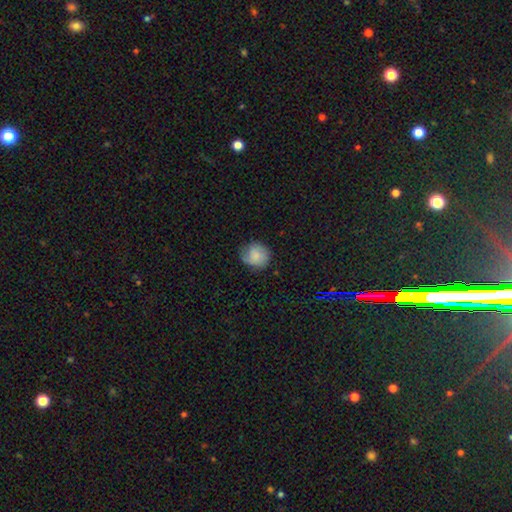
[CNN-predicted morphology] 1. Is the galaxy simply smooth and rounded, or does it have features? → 72% smooth, 20% featured or disk, 8% star or artifact.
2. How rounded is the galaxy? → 83% round, 16% in between, 1% cigar-shaped.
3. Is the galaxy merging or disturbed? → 69% none, 23% minor disturbance, 6% major disturbance, 1% merger.